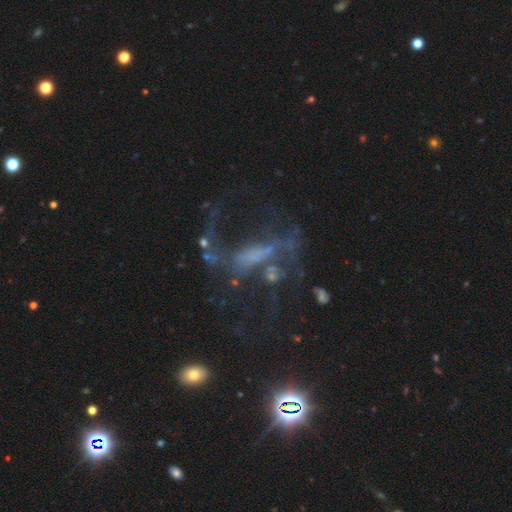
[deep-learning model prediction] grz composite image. It shows a featured or disk galaxy (63%) with no bar (35%, tied with strong), spiral arms (56%) and no central bulge (53%). Merging: major disturbance (39%).